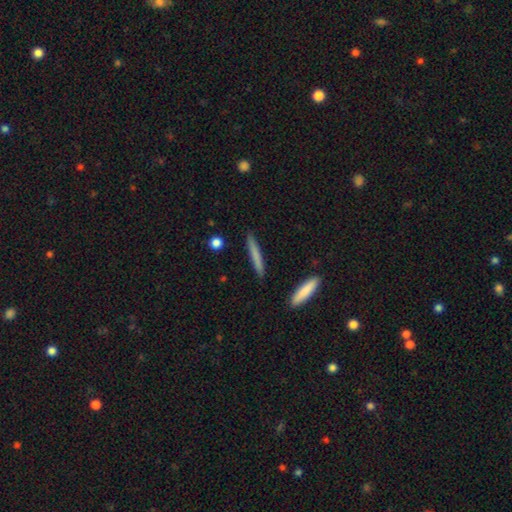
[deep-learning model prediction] Smooth or featured?
  - smooth: 71% *
  - featured or disk: 23%
  - star or artifact: 5%
How rounded?
  - cigar-shaped: 95% *
  - in between: 3%
  - round: 1%
Merging?
  - none: 90% *
  - minor disturbance: 7%
  - merger: 2%
  - major disturbance: 2%